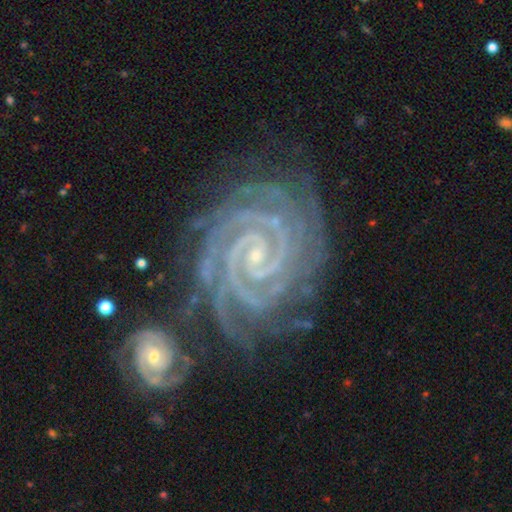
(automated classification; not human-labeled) Morphology: type=featured or disk (93%); edge-on=no (98%); bar=no (43%); spiral arms=yes (99%); winding=tight (90%); arm count=2 (32%); bulge=small (85%); merging=none (71%).